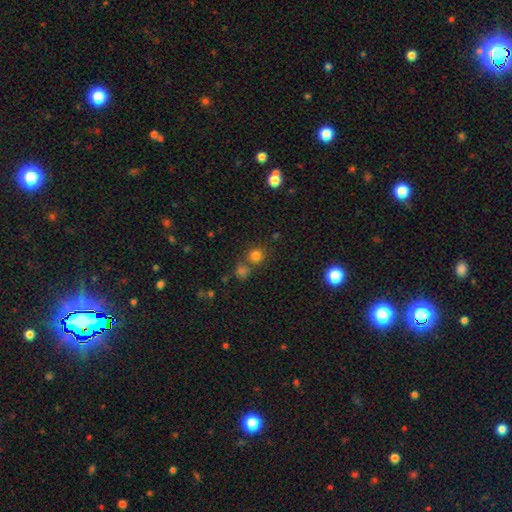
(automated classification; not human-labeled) Smooth or featured?
  - smooth: 76% *
  - star or artifact: 18%
  - featured or disk: 6%
How rounded?
  - round: 88% *
  - in between: 11%
  - cigar-shaped: 1%
Merging?
  - none: 64% *
  - merger: 24%
  - minor disturbance: 8%
  - major disturbance: 3%